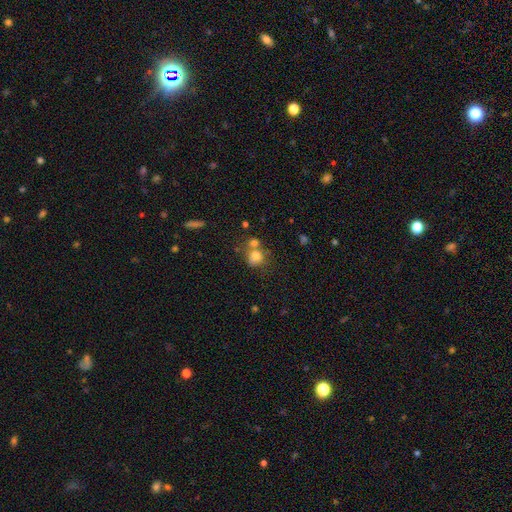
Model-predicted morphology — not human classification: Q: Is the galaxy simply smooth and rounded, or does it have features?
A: smooth — 76%.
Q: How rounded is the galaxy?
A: round — 73%.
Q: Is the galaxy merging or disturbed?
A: none — 45%.